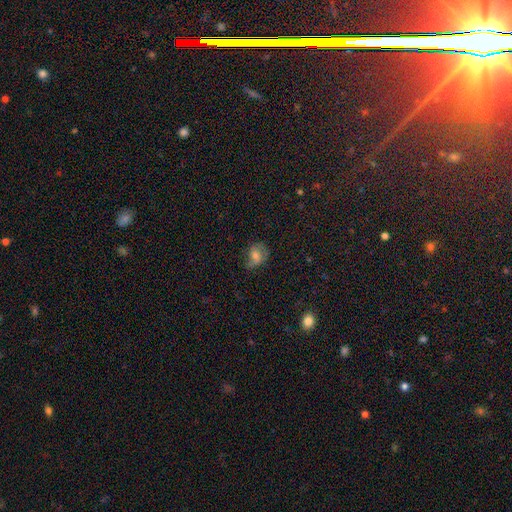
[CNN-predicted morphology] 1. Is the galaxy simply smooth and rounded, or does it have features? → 51% smooth, 34% featured or disk, 15% star or artifact.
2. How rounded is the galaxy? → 55% in between, 44% round, 2% cigar-shaped.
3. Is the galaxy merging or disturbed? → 53% none, 28% minor disturbance, 17% major disturbance, 2% merger.